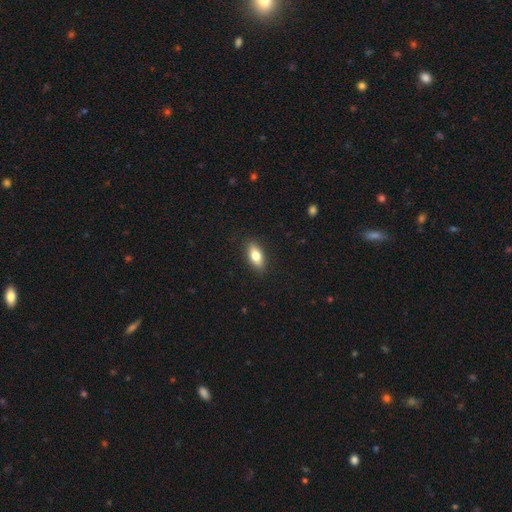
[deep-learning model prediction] Morphology: type=smooth (77%); roundness=in between (84%); merging=none (88%).